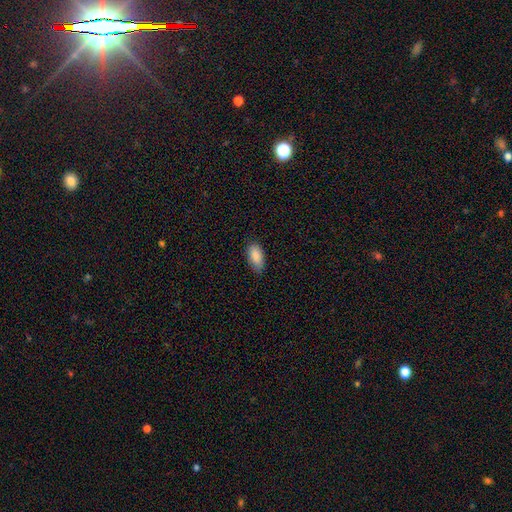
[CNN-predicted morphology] A smooth galaxy with no disk features (88%) that is in between round and cigar-shaped (92%). Merging: none (83%).